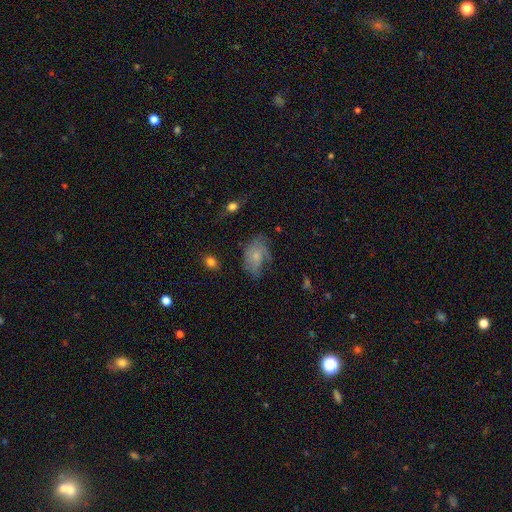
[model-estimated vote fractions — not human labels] Smooth or featured: smooth — 47% (featured or disk — 42%)
Merging: none — 44% (minor disturbance — 31%)